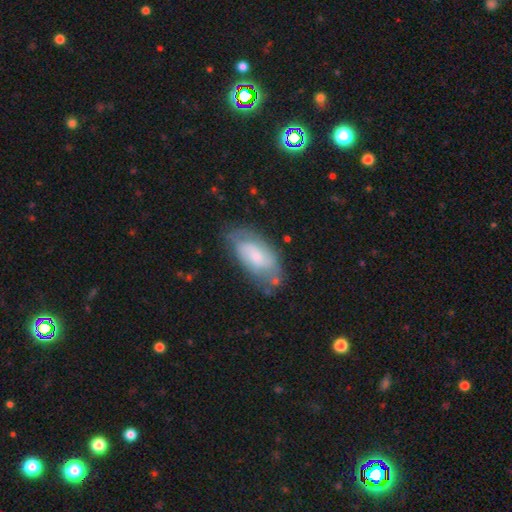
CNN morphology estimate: smooth_or_featured: smooth (p=0.50) [alt: featured or disk p=0.43]
merging: none (p=0.61) [alt: minor disturbance p=0.26]